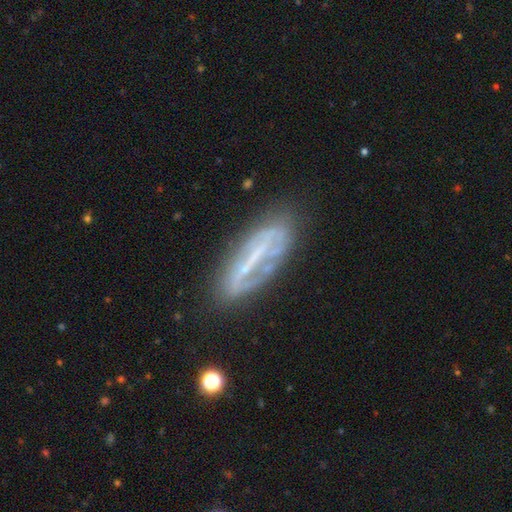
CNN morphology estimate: Smooth or featured?
  - featured or disk: 69% *
  - smooth: 20%
  - star or artifact: 10%
Edge-on disk?
  - no: 73% *
  - yes: 27%
Bar?
  - strong: 54% *
  - no: 25%
  - weak: 22%
Spiral arms?
  - no: 52% *
  - yes: 48%
Bulge size?
  - none: 45% *
  - small: 39%
  - moderate: 13%
  - large: 2%
  - dominant: 1%
Merging?
  - none: 65% *
  - minor disturbance: 20%
  - major disturbance: 11%
  - merger: 4%